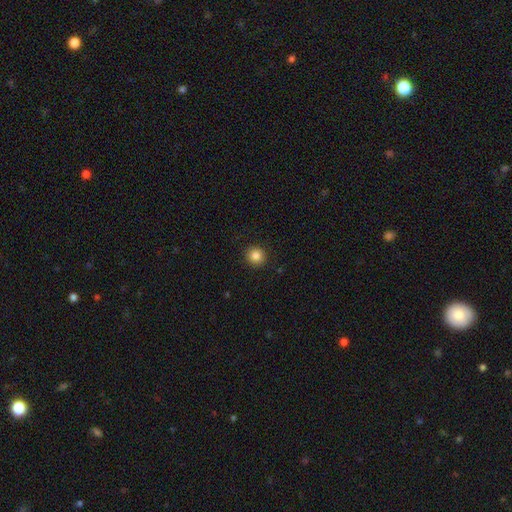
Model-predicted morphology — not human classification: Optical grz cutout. It shows a smooth galaxy with no disk features (85%) that is round (94%). Merging: none (92%).